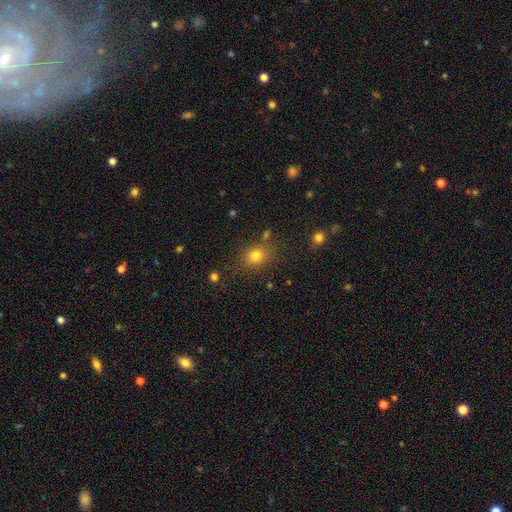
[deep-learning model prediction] Smooth or featured? smooth (78%)
How rounded? round (58%)
Merging? none (77%)